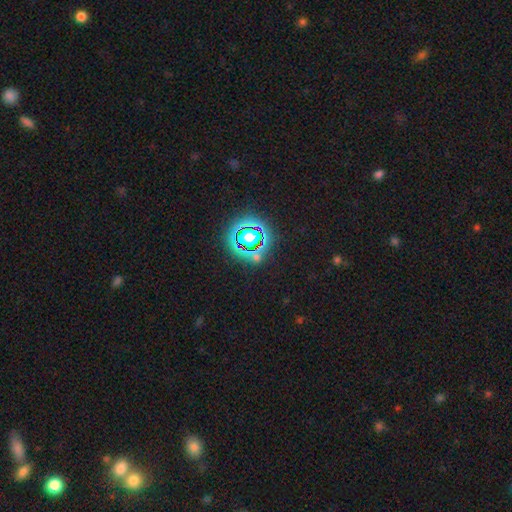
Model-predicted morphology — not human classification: The model was most divided on "smooth or featured": star or artifact: 70%, smooth: 20%, featured or disk: 10%.